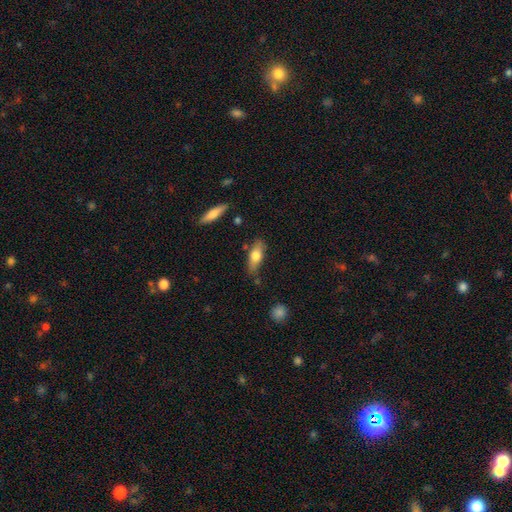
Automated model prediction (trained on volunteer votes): smooth 67%, featured or disk 27%, star or artifact 6%. Down the decision tree: how rounded — in between (66%); merging — none (70%).